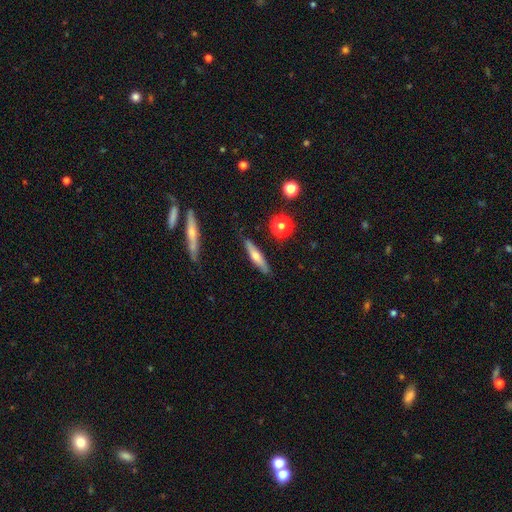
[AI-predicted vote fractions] This appears to be a smooth galaxy with no disk features (48%). Merging: none (86%).